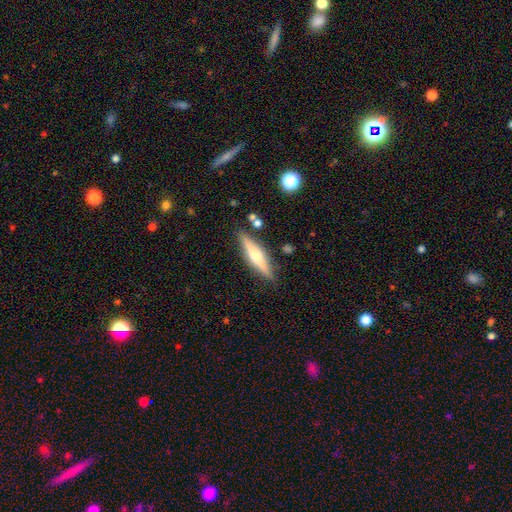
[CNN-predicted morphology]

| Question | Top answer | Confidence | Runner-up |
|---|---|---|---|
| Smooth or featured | featured or disk | 56% | smooth (37%) |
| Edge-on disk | yes | 95% | no (5%) |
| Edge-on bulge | rounded | 84% | none (9%) |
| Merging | none | 86% | minor disturbance (9%) |